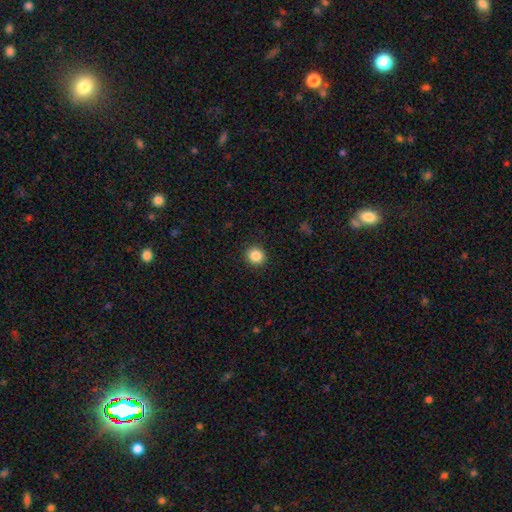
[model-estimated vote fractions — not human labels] smooth_or_featured: smooth (p=0.86) [alt: star or artifact p=0.10]
how_rounded: round (p=0.91) [alt: in between p=0.08]
merging: none (p=0.92) [alt: minor disturbance p=0.05]